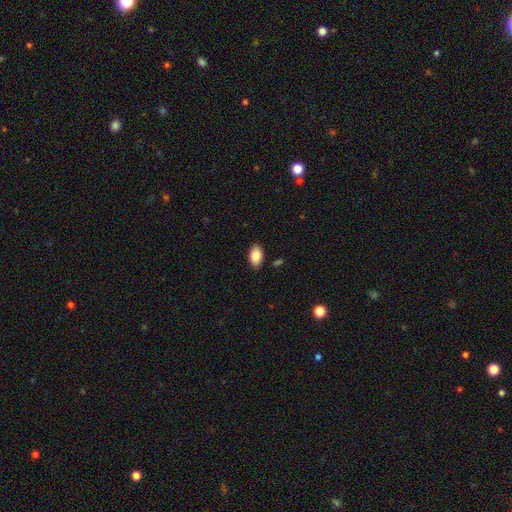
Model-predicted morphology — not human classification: Smooth or featured?
  - smooth: 85% *
  - featured or disk: 8%
  - star or artifact: 7%
How rounded?
  - in between: 93% *
  - round: 6%
  - cigar-shaped: 1%
Merging?
  - none: 88% *
  - minor disturbance: 8%
  - major disturbance: 2%
  - merger: 1%